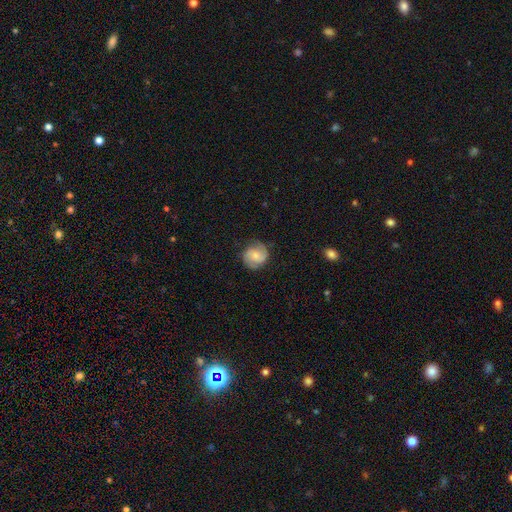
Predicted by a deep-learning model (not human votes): A featured or disk galaxy (59%) with no bar (57%), 2 (83%) medium (45%) spiral arms (92%) and a small central bulge (54%).

Vote fractions:
- Smooth or featured? featured or disk: 59% / smooth: 34% / star or artifact: 7%
- Edge-on disk? no: 98% / yes: 2%
- Bar? no: 57% / weak: 35% / strong: 8%
- Spiral arms? yes: 92% / no: 8%
- Spiral winding? medium: 45% / tight: 38% / loose: 17%
- Spiral arm count? 2: 83% / can't tell: 9% / 3: 3% / 1: 3% / 4: 1% / more than 4: 1%
- Bulge size? small: 54% / moderate: 35% / none: 7% / large: 3% / dominant: 1%
- Merging? none: 80% / minor disturbance: 15% / major disturbance: 5% / merger: 1%